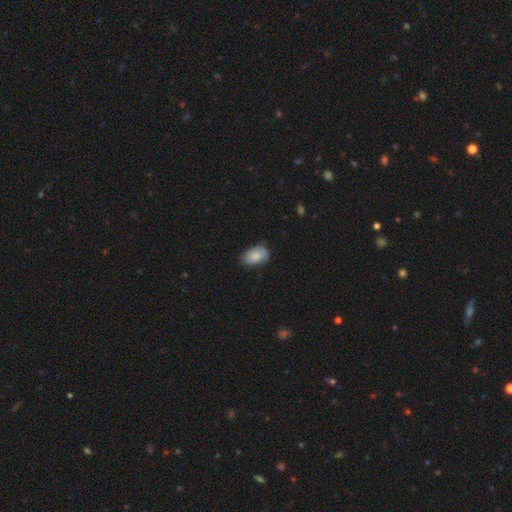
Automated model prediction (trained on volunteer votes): Overall: smooth (81%). How rounded: in between (90%). Merging: none (68%).